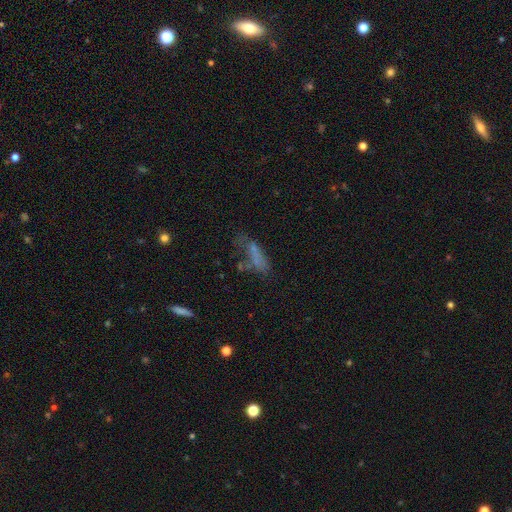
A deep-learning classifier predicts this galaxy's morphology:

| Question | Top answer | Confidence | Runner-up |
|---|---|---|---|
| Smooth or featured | smooth | 58% | featured or disk (26%) |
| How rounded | in between | 50% | cigar-shaped (46%) |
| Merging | none | 36% | major disturbance (30%) |